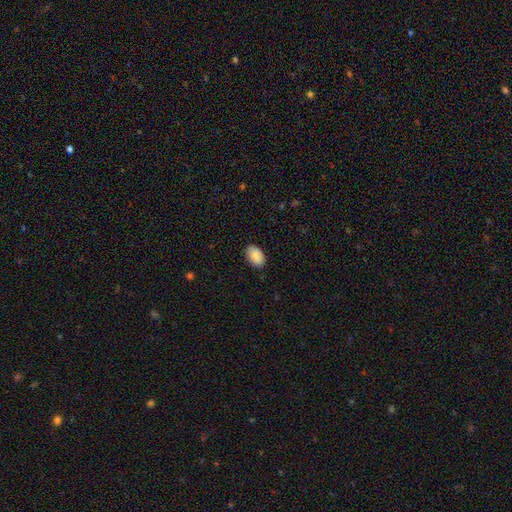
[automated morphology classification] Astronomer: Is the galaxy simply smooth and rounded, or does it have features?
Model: smooth — 88%.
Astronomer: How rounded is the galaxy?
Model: in between — 91%.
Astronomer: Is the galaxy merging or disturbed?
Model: none — 86%.